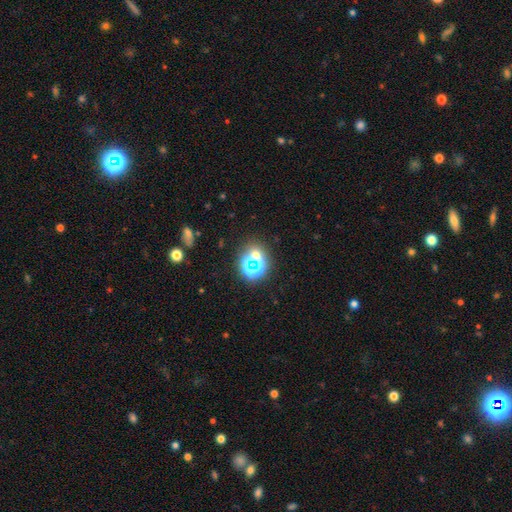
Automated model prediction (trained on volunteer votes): Smooth or featured? star or artifact (60%)